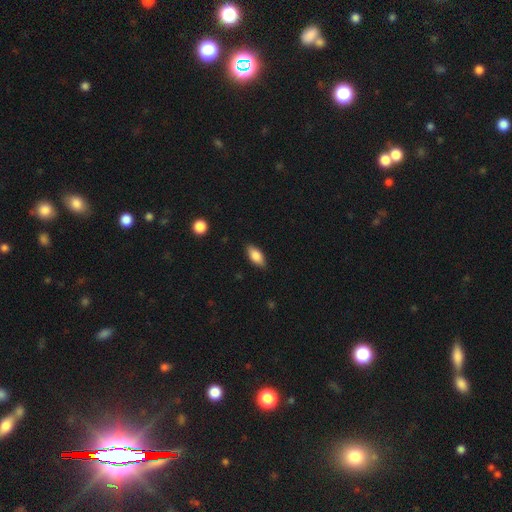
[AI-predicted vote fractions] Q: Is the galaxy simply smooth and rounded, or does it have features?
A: smooth — 80%.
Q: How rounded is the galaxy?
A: in between — 86%.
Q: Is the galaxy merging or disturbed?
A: none — 84%.